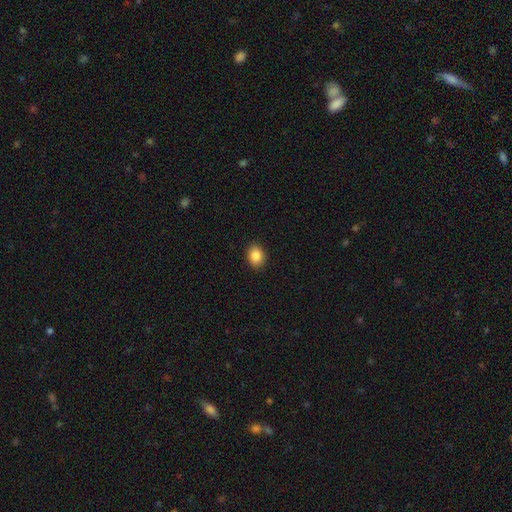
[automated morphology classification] Smooth or featured: smooth — 87% (star or artifact — 9%)
How rounded: in between — 55% (round — 44%)
Merging: none — 91% (minor disturbance — 7%)